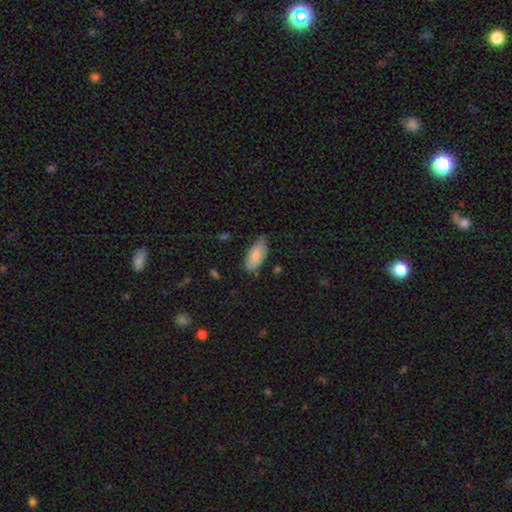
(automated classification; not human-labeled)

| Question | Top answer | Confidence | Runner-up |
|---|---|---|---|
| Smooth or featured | smooth | 81% | featured or disk (13%) |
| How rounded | in between | 90% | cigar-shaped (8%) |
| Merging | none | 68% | minor disturbance (26%) |